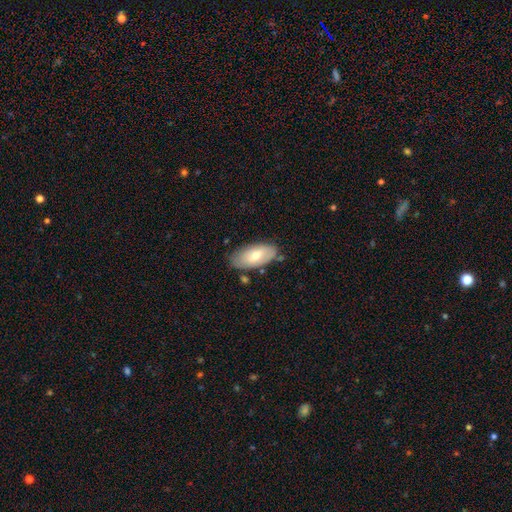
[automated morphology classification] smooth 66%, featured or disk 28%, star or artifact 6%. Down the decision tree: how rounded — in between (92%); merging — none (74%).